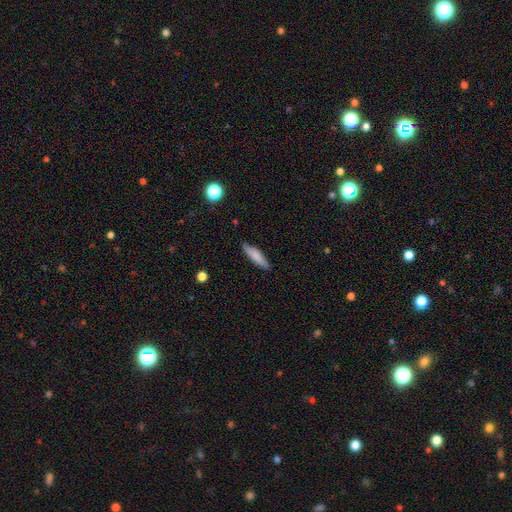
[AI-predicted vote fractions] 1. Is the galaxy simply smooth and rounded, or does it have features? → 76% smooth, 18% featured or disk, 7% star or artifact.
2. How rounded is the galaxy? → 76% cigar-shaped, 23% in between, 2% round.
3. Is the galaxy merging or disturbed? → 85% none, 11% minor disturbance, 2% major disturbance, 1% merger.